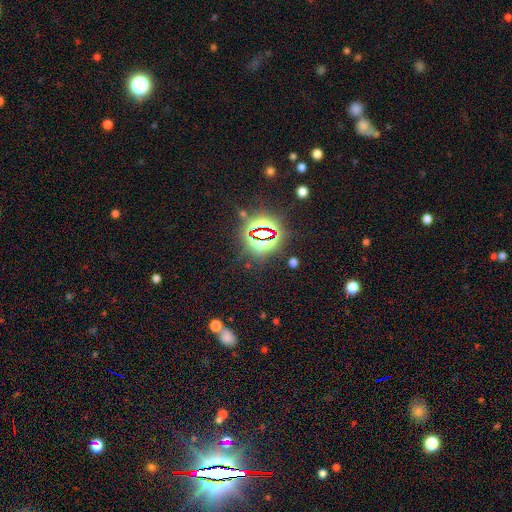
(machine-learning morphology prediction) Q: Smooth or featured?
A: star or artifact (84%); runner-up: smooth (9%)